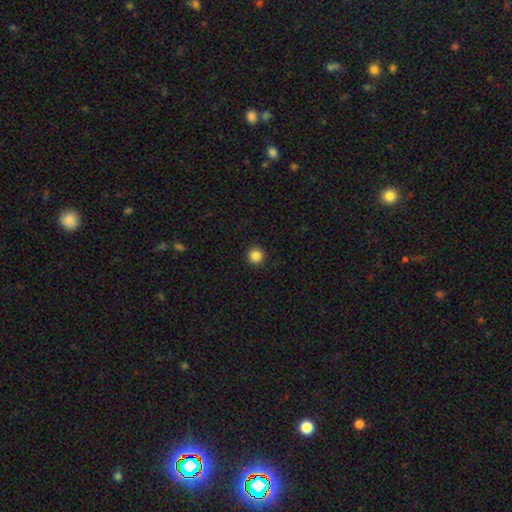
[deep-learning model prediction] Overall: smooth (86%). How rounded: round (96%). Merging: none (93%).